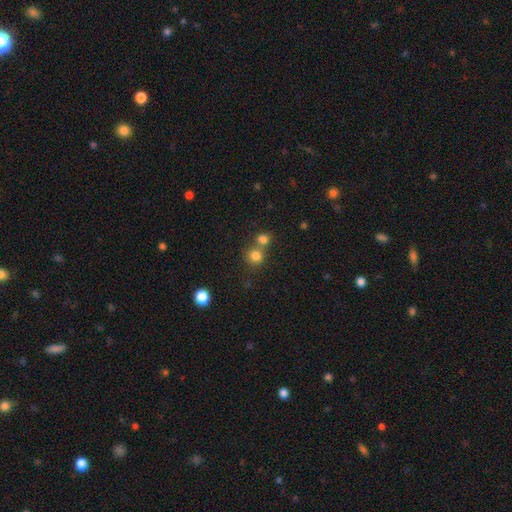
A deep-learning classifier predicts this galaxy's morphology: smooth_or_featured: smooth (p=0.80) [alt: star or artifact p=0.13]
how_rounded: round (p=0.87) [alt: in between p=0.12]
merging: none (p=0.53) [alt: merger p=0.37]